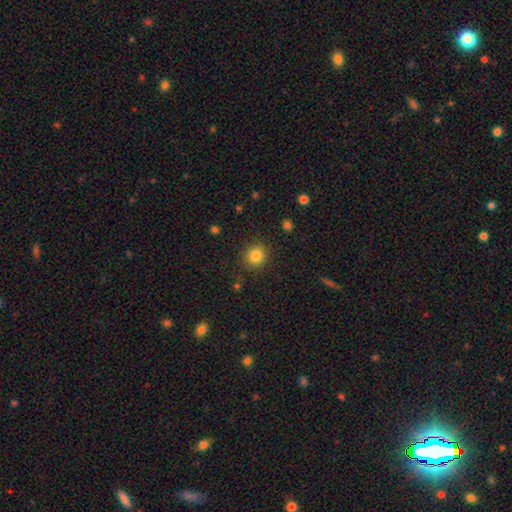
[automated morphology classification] smooth-or-featured: smooth: 83% | star or artifact: 11% | featured or disk: 5%
  how-rounded: round: 87% | in between: 12% | cigar-shaped: 1%
  merging: none: 89% | minor disturbance: 7% | major disturbance: 3% | merger: 1%